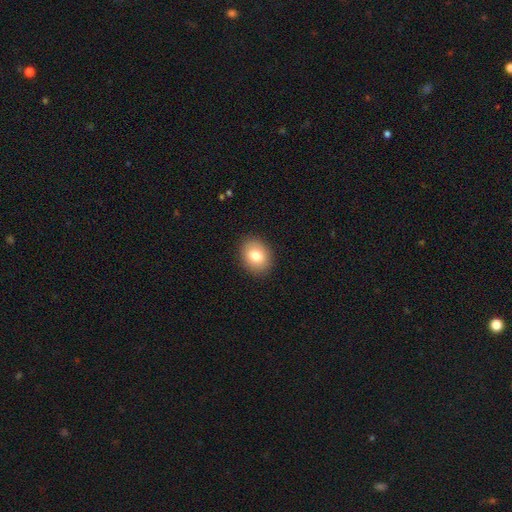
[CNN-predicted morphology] This appears to be a smooth galaxy with no disk features (81%) that is in between round and cigar-shaped (57%). Merging: none (89%).